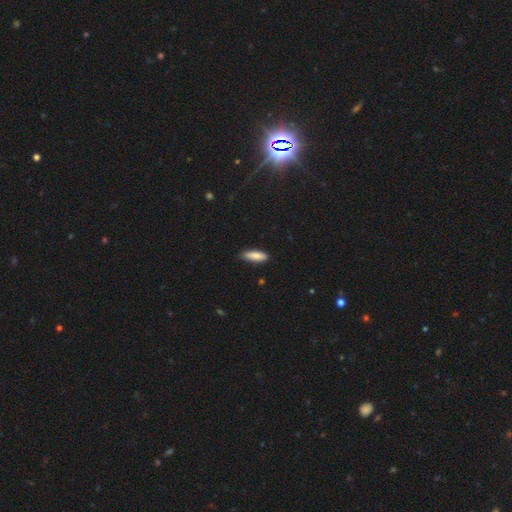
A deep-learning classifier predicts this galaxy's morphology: A smooth galaxy with no disk features (86%) that is cigar-shaped (53%).

Vote fractions:
- Smooth or featured? smooth: 86% / featured or disk: 8% / star or artifact: 6%
- How rounded? cigar-shaped: 53% / in between: 46% / round: 2%
- Merging? none: 85% / minor disturbance: 12% / major disturbance: 2% / merger: 1%